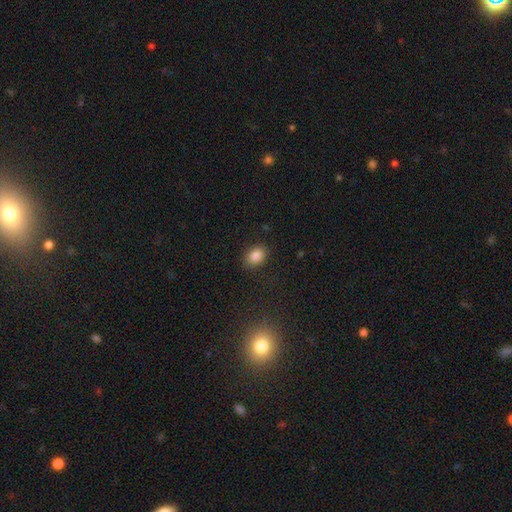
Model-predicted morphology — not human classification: Smooth or featured? smooth (85%)
How rounded? in between (74%)
Merging? none (85%)